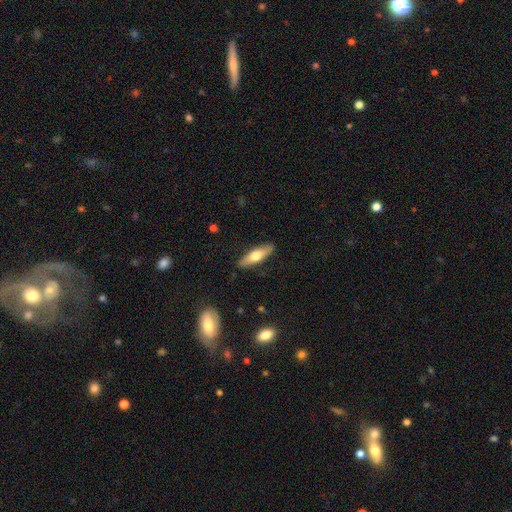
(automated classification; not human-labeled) This is possibly a smooth galaxy (56%). How rounded: likely cigar-shaped (62%). Merging: clearly none (87%).